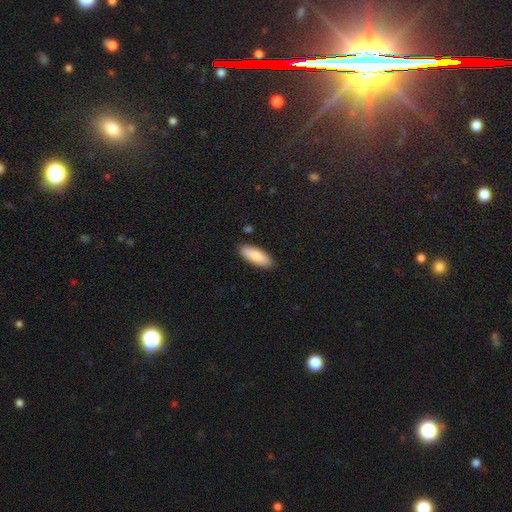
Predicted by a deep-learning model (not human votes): smooth_or_featured: smooth (p=0.81) [alt: featured or disk p=0.13]
how_rounded: in between (p=0.67) [alt: cigar-shaped p=0.31]
merging: none (p=0.88) [alt: minor disturbance p=0.09]